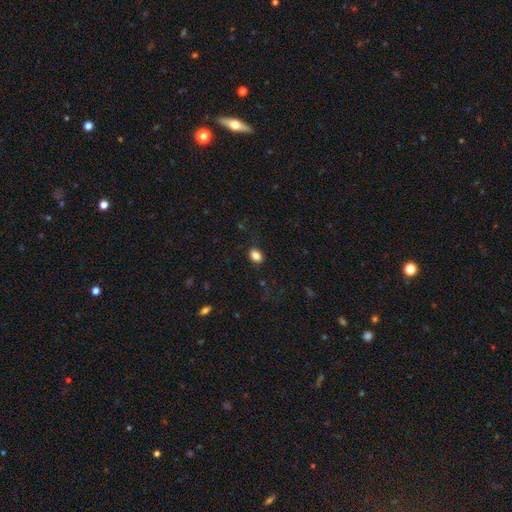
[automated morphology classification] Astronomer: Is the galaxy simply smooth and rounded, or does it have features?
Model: smooth — 83%.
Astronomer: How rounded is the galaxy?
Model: in between — 74%.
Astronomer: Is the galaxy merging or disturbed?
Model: none — 82%.